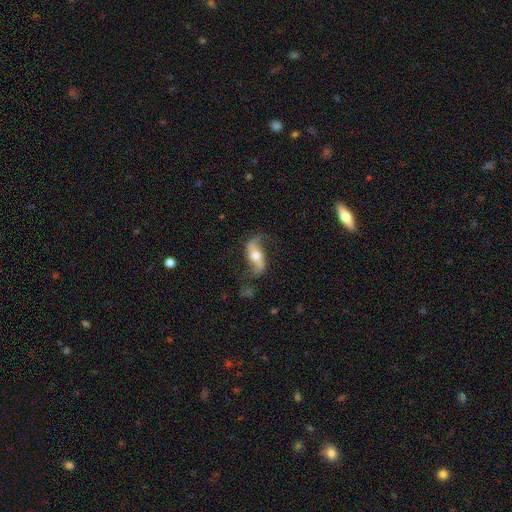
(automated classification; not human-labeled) Overall: featured or disk (76%). Edge-on disk: no (86%). Bar: strong (38%; no 32%). Spiral arms: yes (90%). Spiral arm count: 2 (92%). Spiral winding: loose (79%). Bulge size: moderate (67%). Merging: none (69%).